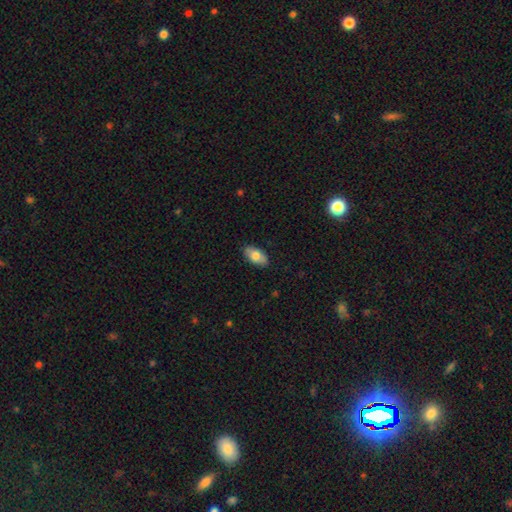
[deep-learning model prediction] Smooth or featured? Predicted: smooth (p=0.75). How rounded? Predicted: in between (p=0.93). Merging? Predicted: none (p=0.87).